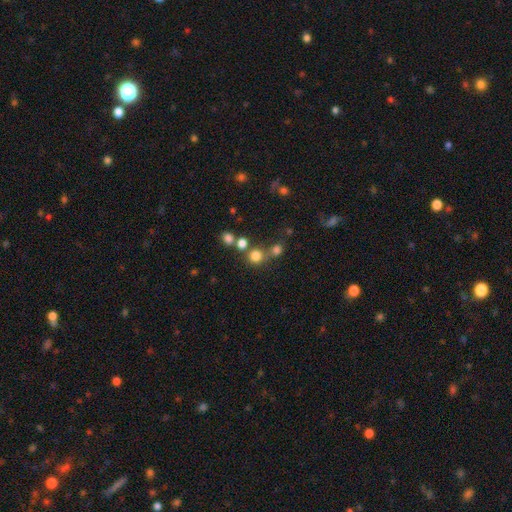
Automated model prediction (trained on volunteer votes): A smooth galaxy with no disk features (75%) that is round (89%). Merging: none (58%).